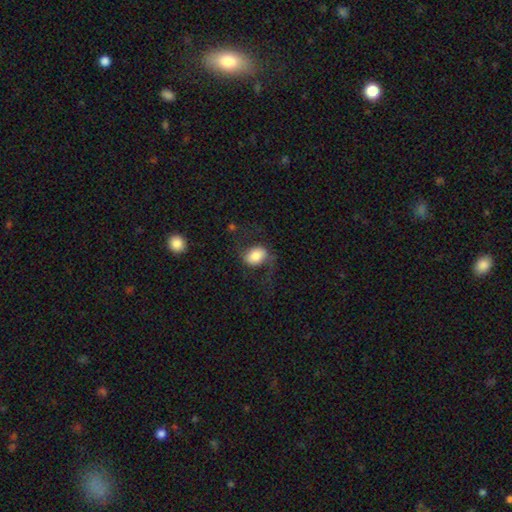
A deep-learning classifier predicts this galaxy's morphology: smooth 59%, featured or disk 33%, star or artifact 9%. Down the decision tree: how rounded — in between (68%); merging — none (58%).